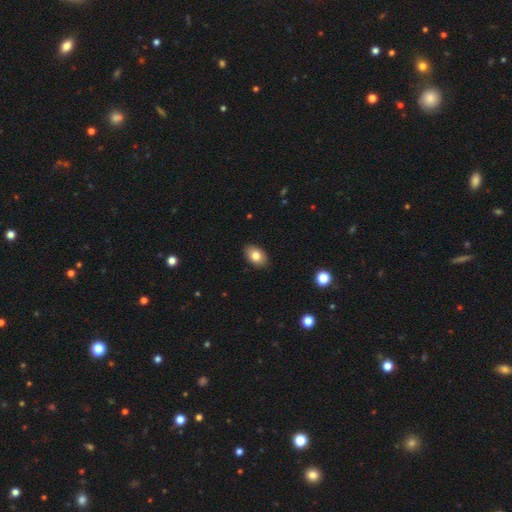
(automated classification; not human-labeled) Smooth or featured?
  - smooth: 82% *
  - featured or disk: 10%
  - star or artifact: 8%
How rounded?
  - in between: 88% *
  - round: 11%
  - cigar-shaped: 1%
Merging?
  - none: 89% *
  - minor disturbance: 9%
  - major disturbance: 2%
  - merger: 1%